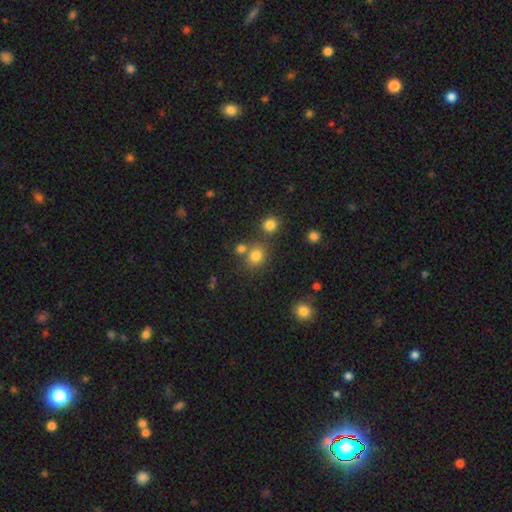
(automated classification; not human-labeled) Smooth or featured? Predicted: smooth (p=0.78). How rounded? Predicted: round (p=0.73). Merging? Predicted: none (p=0.66).